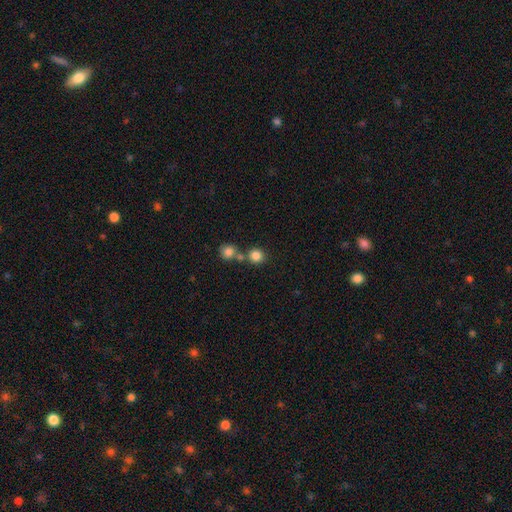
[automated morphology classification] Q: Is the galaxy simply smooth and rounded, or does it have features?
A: smooth — 83%.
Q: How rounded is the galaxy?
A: round — 91%.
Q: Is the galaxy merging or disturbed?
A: none — 65%.